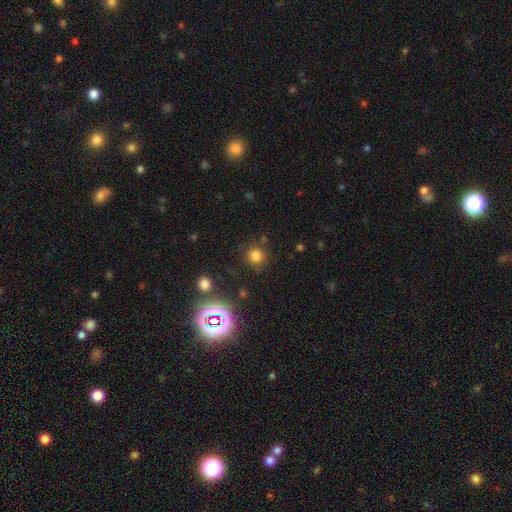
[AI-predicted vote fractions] This appears to be a smooth galaxy with no disk features (75%) that is round (91%). Merging: none (82%).